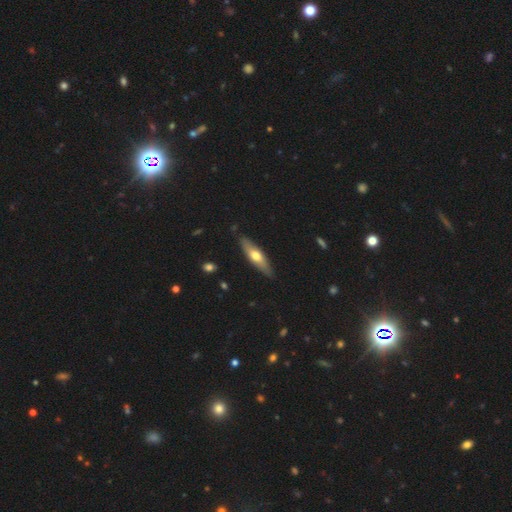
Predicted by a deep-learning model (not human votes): This appears to be a smooth galaxy with no disk features (53%) that is cigar-shaped (64%). Merging: none (85%).